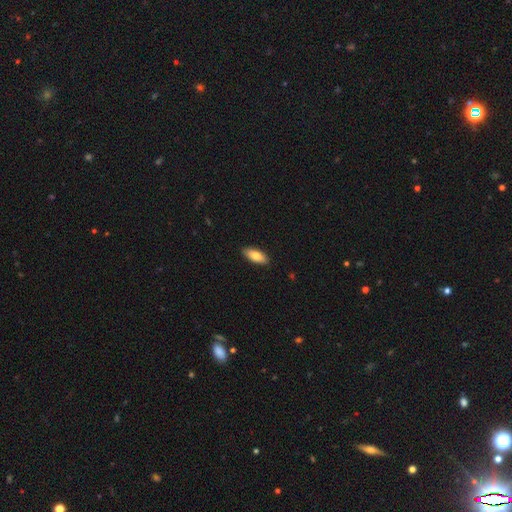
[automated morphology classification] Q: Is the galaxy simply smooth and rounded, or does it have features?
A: smooth — 80%.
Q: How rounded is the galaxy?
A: in between — 82%.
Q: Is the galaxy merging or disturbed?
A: none — 89%.